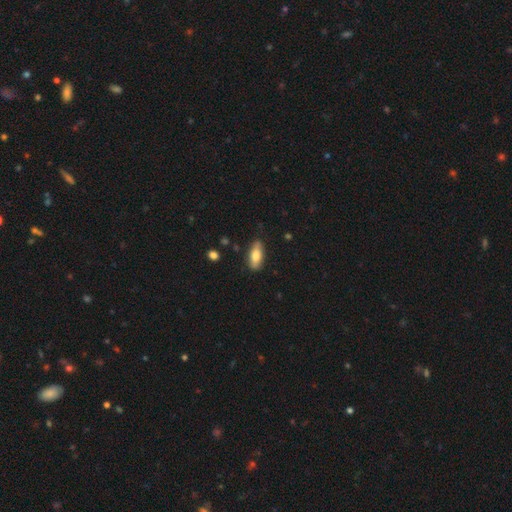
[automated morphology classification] A smooth galaxy with no disk features (76%) that is in between round and cigar-shaped (82%).

Vote fractions:
- Smooth or featured? smooth: 76% / featured or disk: 18% / star or artifact: 6%
- How rounded? in between: 82% / cigar-shaped: 15% / round: 3%
- Merging? none: 79% / minor disturbance: 16% / major disturbance: 3% / merger: 2%